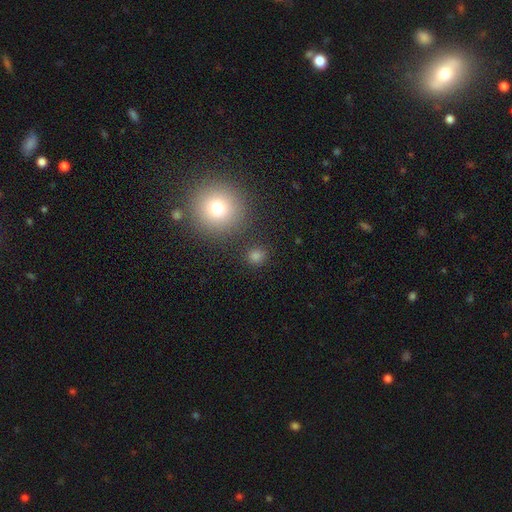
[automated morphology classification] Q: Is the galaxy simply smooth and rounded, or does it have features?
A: smooth — 76%.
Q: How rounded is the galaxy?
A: round — 87%.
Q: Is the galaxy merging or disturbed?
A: none — 85%.